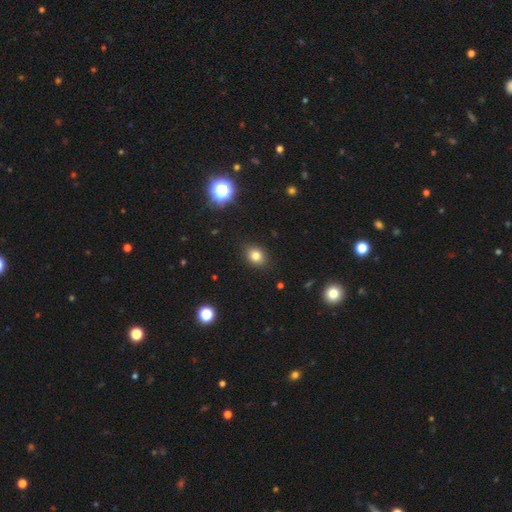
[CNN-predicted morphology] smooth-or-featured: smooth: 79% | star or artifact: 13% | featured or disk: 8%
  how-rounded: in between: 51% | round: 48% | cigar-shaped: 1%
  merging: none: 87% | minor disturbance: 9% | major disturbance: 2% | merger: 1%